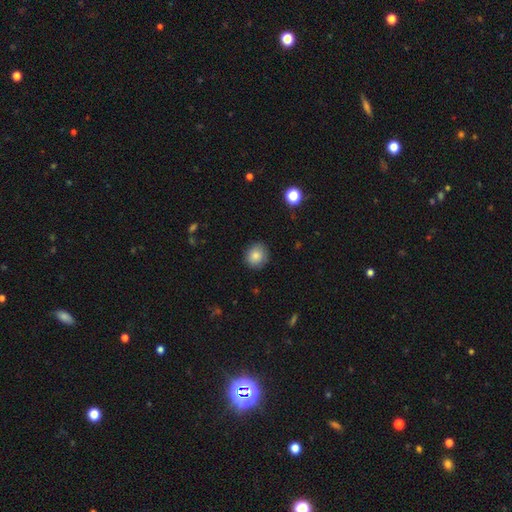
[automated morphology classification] Smooth or featured? smooth (83%)
How rounded? round (84%)
Merging? none (86%)